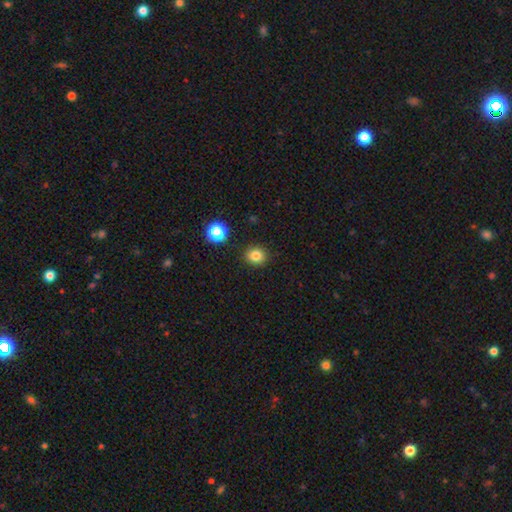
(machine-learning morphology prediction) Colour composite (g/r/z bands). It shows a smooth galaxy with no disk features (82%) that is round (82%). Merging: none (89%).